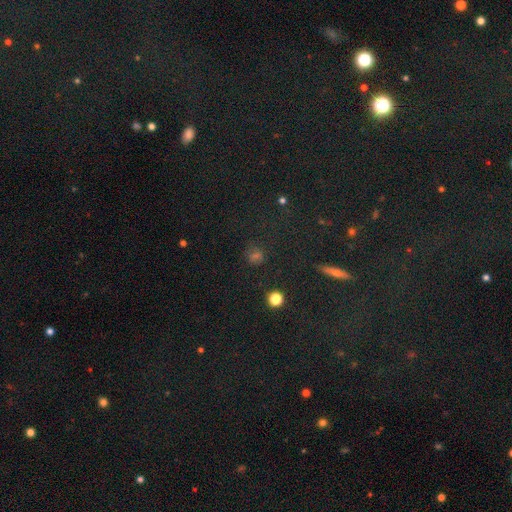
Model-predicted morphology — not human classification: A smooth galaxy with no disk features (55%) that is round (81%).

Vote fractions:
- Smooth or featured? smooth: 55% / star or artifact: 34% / featured or disk: 11%
- How rounded? round: 81% / in between: 16% / cigar-shaped: 3%
- Merging? none: 79% / minor disturbance: 12% / major disturbance: 5% / merger: 3%